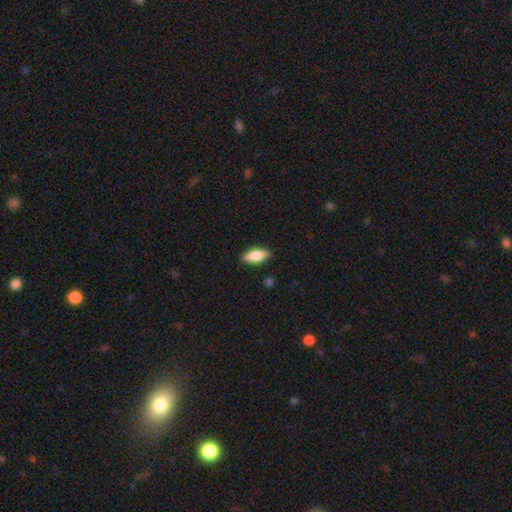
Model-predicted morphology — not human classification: Q: Smooth or featured?
A: smooth (75%); runner-up: featured or disk (18%)
Q: How rounded?
A: in between (79%); runner-up: cigar-shaped (18%)
Q: Merging?
A: none (87%); runner-up: minor disturbance (10%)